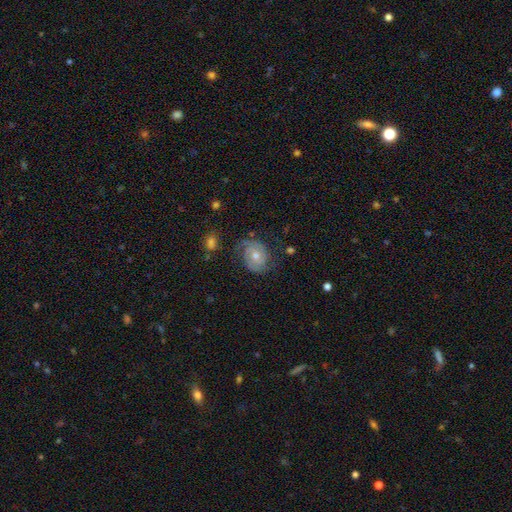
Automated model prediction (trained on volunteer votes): The model was most divided on "bulge size": moderate: 59%, small: 36%, large: 2%, none: 1%, dominant: 1%. More confident: edge-on disk — no (97%); spiral arms — yes (89%); bar — no (76%); smooth or featured — featured or disk (74%); merging — none (71%); spiral arm count — 2 (62%); spiral winding — tight (60%).